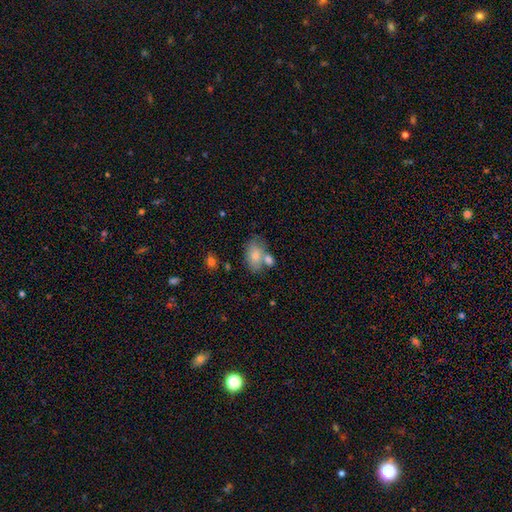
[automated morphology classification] Smooth or featured?
  - smooth: 75% *
  - featured or disk: 17%
  - star or artifact: 7%
How rounded?
  - in between: 88% *
  - round: 10%
  - cigar-shaped: 2%
Merging?
  - none: 45% *
  - merger: 31%
  - minor disturbance: 17%
  - major disturbance: 6%